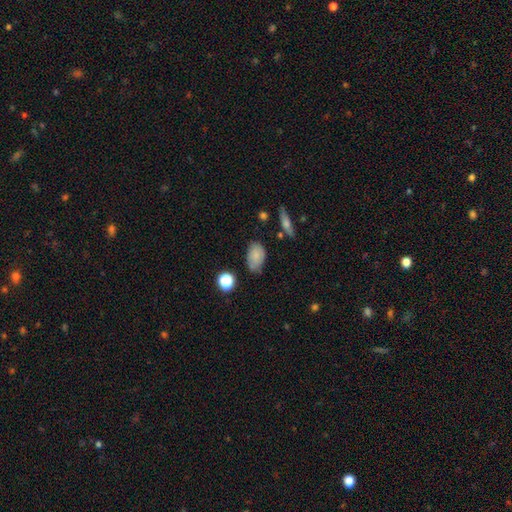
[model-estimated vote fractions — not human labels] smooth_or_featured: smooth (p=0.79) [alt: featured or disk p=0.12]
how_rounded: in between (p=0.89) [alt: round p=0.10]
merging: none (p=0.68) [alt: minor disturbance p=0.24]